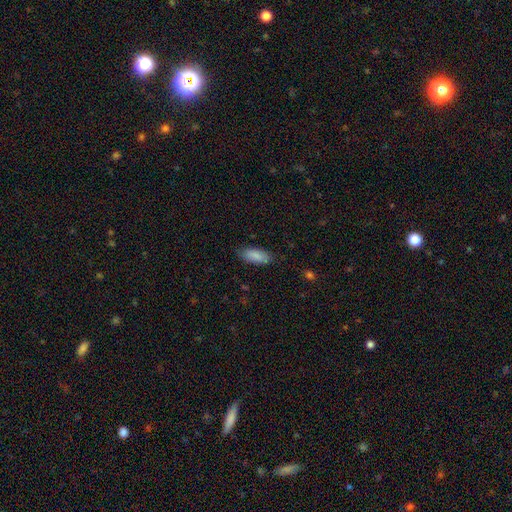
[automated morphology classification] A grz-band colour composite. It shows a smooth galaxy with no disk features (88%) that is in between round and cigar-shaped (82%). Merging: none (81%).